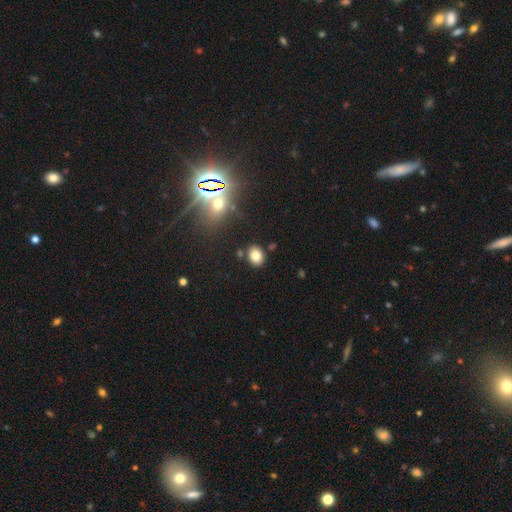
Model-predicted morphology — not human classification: Smooth or featured: smooth — 79% (star or artifact — 12%)
How rounded: in between — 55% (round — 44%)
Merging: none — 83% (minor disturbance — 9%)